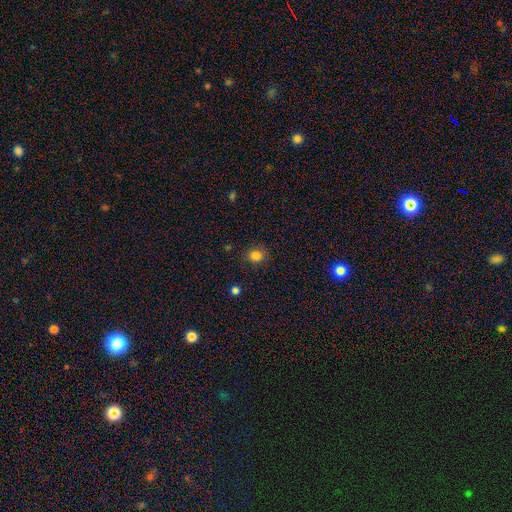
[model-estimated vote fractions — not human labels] This is clearly a smooth galaxy (82%). How rounded: likely round (76%). Merging: clearly none (81%).